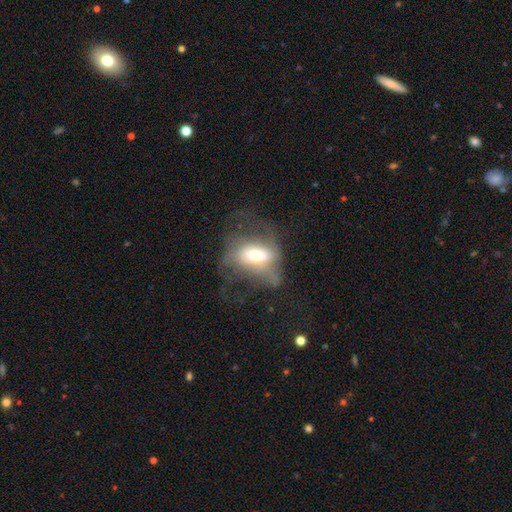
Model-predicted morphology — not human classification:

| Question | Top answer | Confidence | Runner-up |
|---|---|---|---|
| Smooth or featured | featured or disk | 45% | tied: smooth (45%) |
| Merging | major disturbance | 46% | none (29%) |